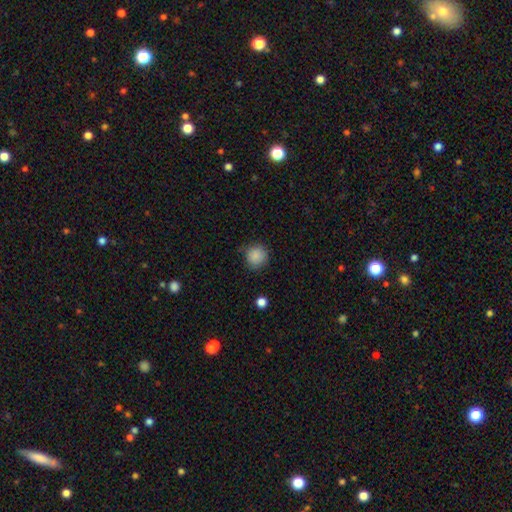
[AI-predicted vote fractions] Smooth or featured: smooth — 87% (star or artifact — 9%)
How rounded: round — 92% (in between — 7%)
Merging: none — 81% (minor disturbance — 14%)